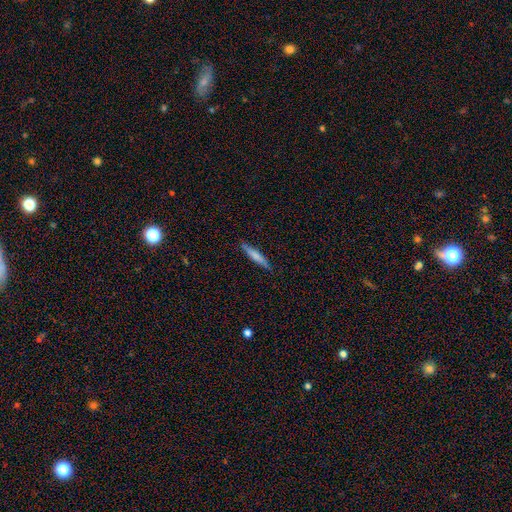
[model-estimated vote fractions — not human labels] This is likely a smooth galaxy (65%). How rounded: clearly cigar-shaped (91%). Merging: clearly none (85%).